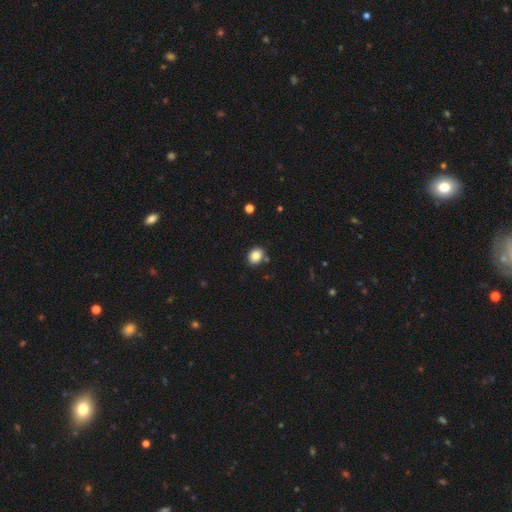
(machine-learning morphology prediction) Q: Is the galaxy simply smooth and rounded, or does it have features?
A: smooth — 84%.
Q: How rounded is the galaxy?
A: in between — 53%.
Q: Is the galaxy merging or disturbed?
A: none — 83%.